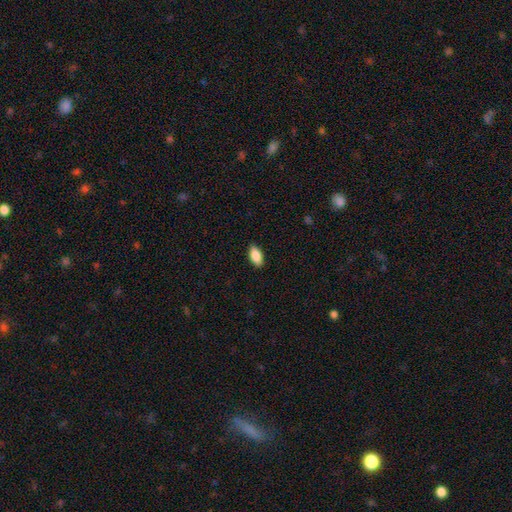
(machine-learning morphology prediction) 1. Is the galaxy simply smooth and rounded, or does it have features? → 86% smooth, 7% featured or disk, 7% star or artifact.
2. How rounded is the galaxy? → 91% in between, 7% cigar-shaped, 3% round.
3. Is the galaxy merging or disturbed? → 89% none, 8% minor disturbance, 2% major disturbance, 1% merger.